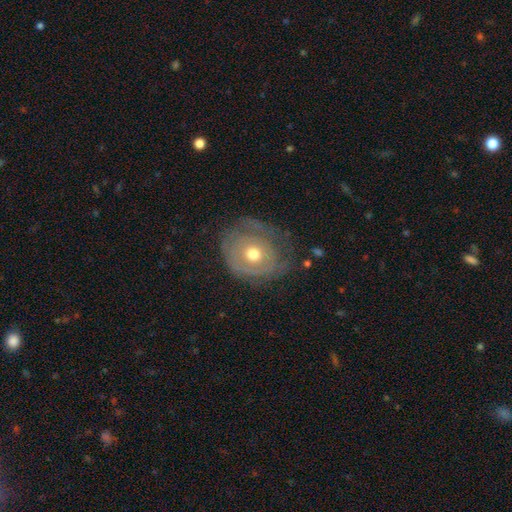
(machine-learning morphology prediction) The model was most divided on "spiral arms": yes: 51%, no: 49%. More confident: edge-on disk — no (95%); bar — no (87%); bulge size — moderate (73%); merging — none (62%); smooth or featured — featured or disk (58%).